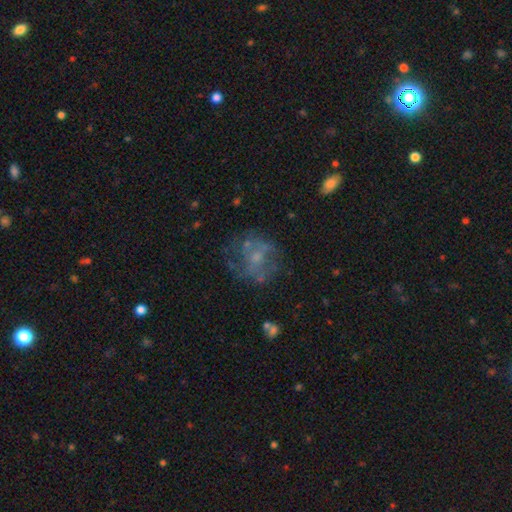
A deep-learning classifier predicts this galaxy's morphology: Smooth or featured? featured or disk (52%)
Edge-on disk? no (97%)
Bar? no (76%)
Spiral arms? no (62%)
Bulge size? small (51%)
Merging? none (63%)